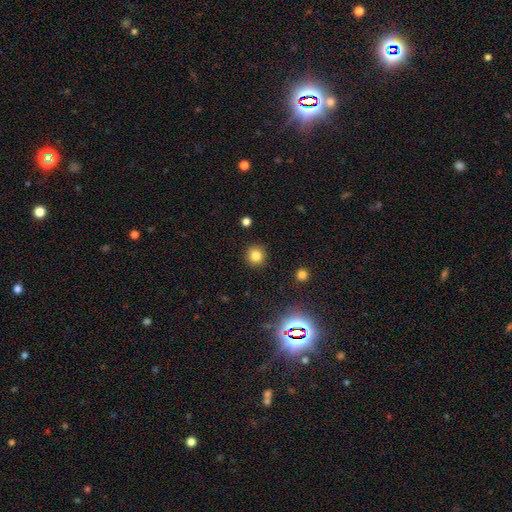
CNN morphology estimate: Smooth or featured? Predicted: smooth (p=0.81). How rounded? Predicted: round (p=0.92). Merging? Predicted: none (p=0.91).